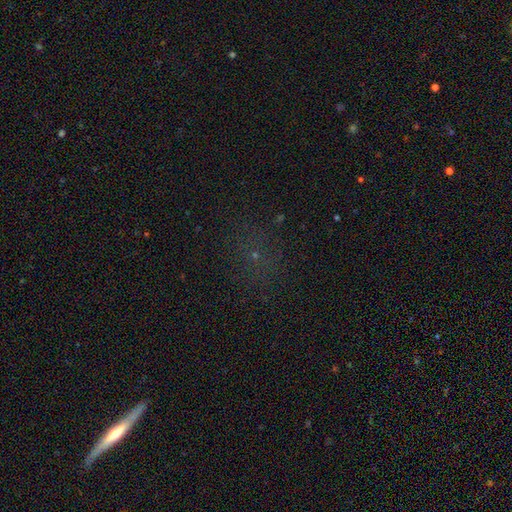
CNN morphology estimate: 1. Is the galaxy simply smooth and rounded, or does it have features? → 50% star or artifact, 36% smooth, 14% featured or disk.